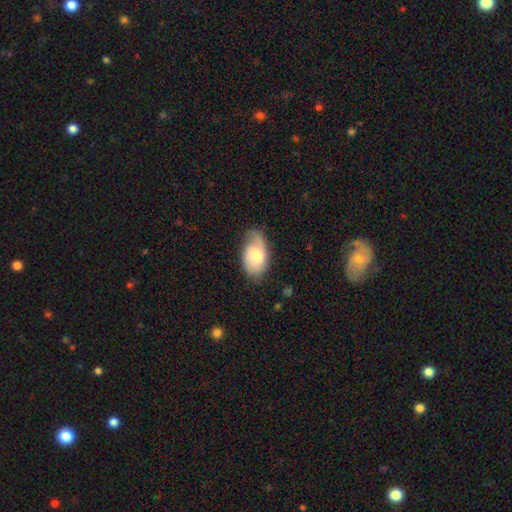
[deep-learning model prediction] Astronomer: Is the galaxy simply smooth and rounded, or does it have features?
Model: smooth — 50% (runner-up: featured or disk, 44%).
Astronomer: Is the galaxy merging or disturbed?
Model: none — 57%.